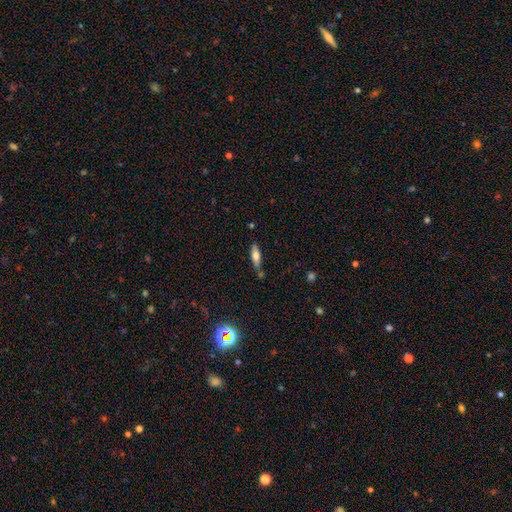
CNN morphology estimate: smooth_or_featured: smooth (p=0.55) [alt: featured or disk p=0.38]
how_rounded: cigar-shaped (p=0.55) [alt: in between p=0.43]
merging: none (p=0.67) [alt: minor disturbance p=0.18]